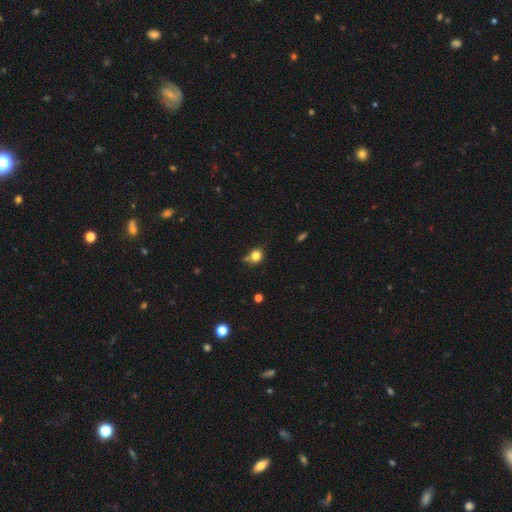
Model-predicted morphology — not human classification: smooth-or-featured: smooth: 80% | star or artifact: 12% | featured or disk: 8%
  how-rounded: round: 73% | in between: 26% | cigar-shaped: 1%
  merging: none: 59% | minor disturbance: 23% | merger: 12% | major disturbance: 6%